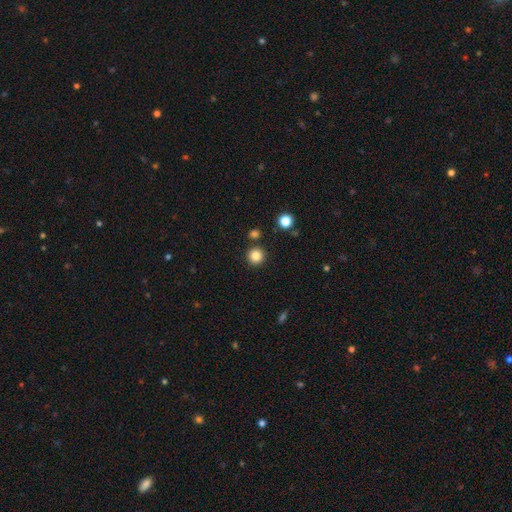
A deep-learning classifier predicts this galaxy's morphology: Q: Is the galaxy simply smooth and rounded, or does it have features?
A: smooth — 84%.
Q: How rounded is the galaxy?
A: round — 95%.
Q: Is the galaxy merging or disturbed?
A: none — 89%.